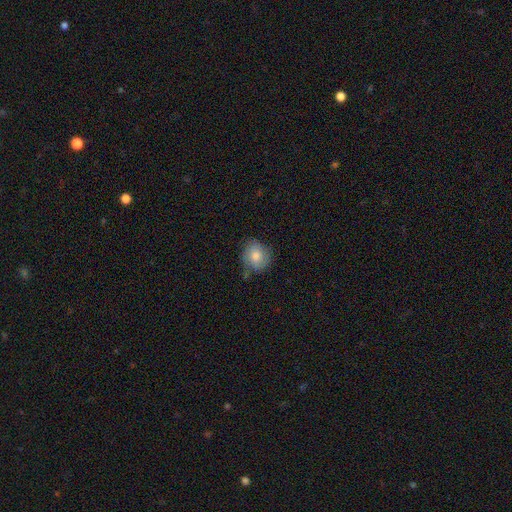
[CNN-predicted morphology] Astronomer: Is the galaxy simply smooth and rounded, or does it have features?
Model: smooth — 77%.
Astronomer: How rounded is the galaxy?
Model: round — 79%.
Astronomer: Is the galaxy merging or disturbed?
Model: none — 69%.